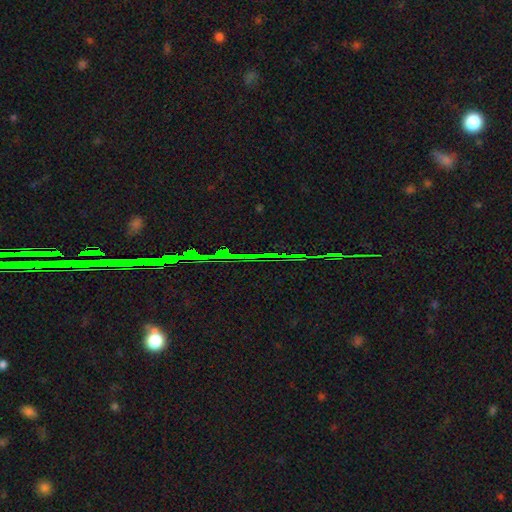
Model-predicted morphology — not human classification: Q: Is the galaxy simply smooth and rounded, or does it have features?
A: star or artifact — 83%.